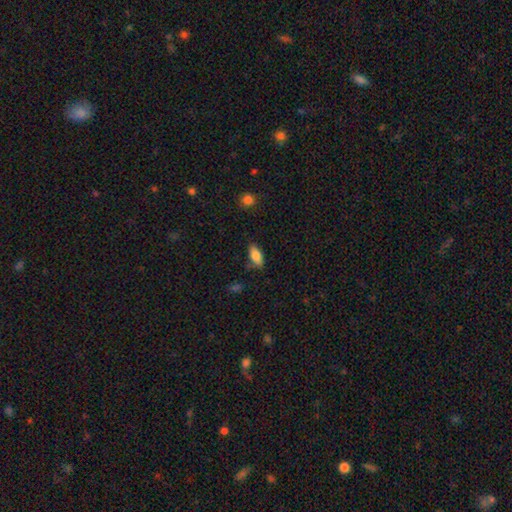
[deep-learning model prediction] The model was most divided on "merging": none: 77%, minor disturbance: 17%, major disturbance: 4%, merger: 2%. More confident: how rounded — in between (86%); smooth or featured — smooth (81%).